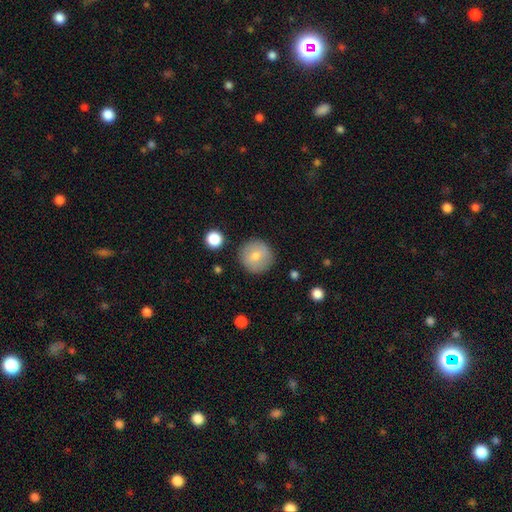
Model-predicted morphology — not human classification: Smooth or featured: smooth — 74% (featured or disk — 19%)
How rounded: round — 96% (in between — 3%)
Merging: none — 88% (minor disturbance — 8%)